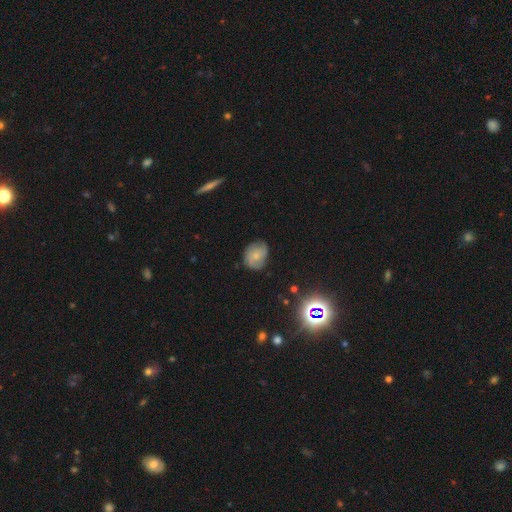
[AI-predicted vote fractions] The model was most divided on "smooth or featured": featured or disk: 47%, smooth: 43%, star or artifact: 10%. More confident: merging — none (70%).